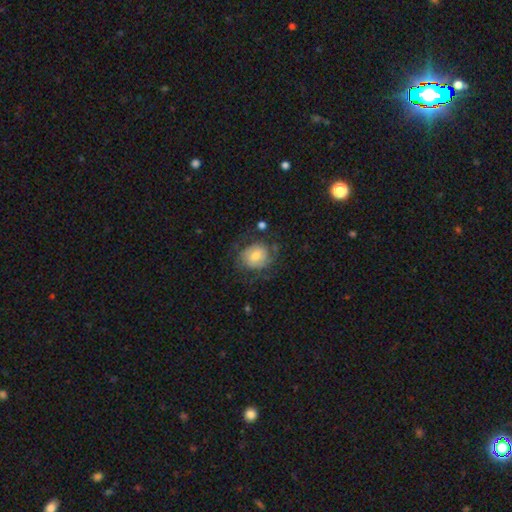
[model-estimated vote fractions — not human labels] A featured or disk galaxy (48%). Merging: none (59%).